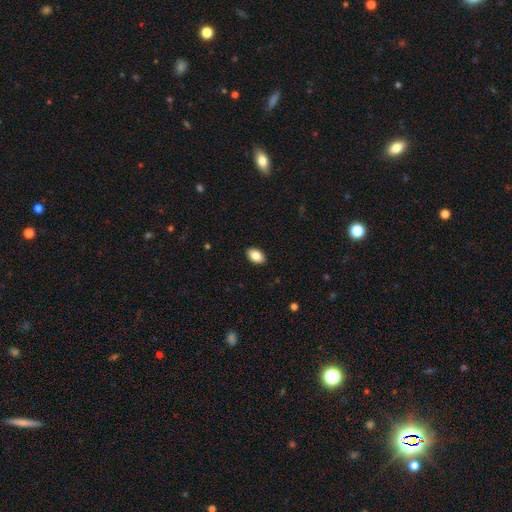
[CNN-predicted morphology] smooth-or-featured: smooth: 86% | star or artifact: 7% | featured or disk: 7%
  how-rounded: in between: 91% | round: 8% | cigar-shaped: 1%
  merging: none: 90% | minor disturbance: 7% | major disturbance: 2% | merger: 1%